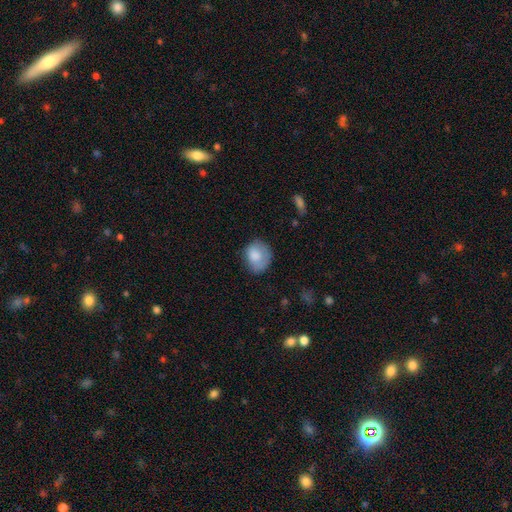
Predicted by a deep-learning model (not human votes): Q: Smooth or featured?
A: smooth (79%); runner-up: featured or disk (14%)
Q: How rounded?
A: round (60%); runner-up: in between (39%)
Q: Merging?
A: none (58%); runner-up: minor disturbance (29%)